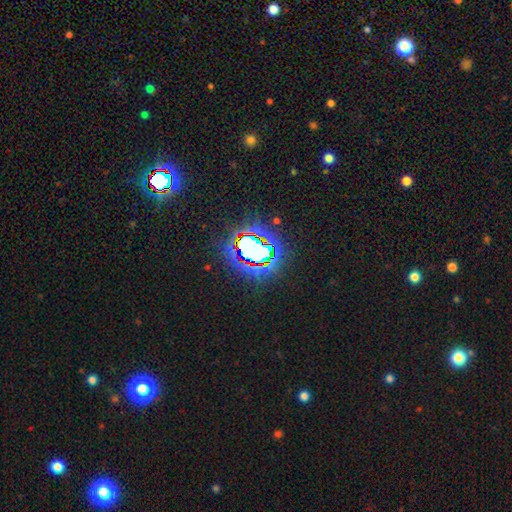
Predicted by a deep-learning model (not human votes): Overall: star or artifact (67%).